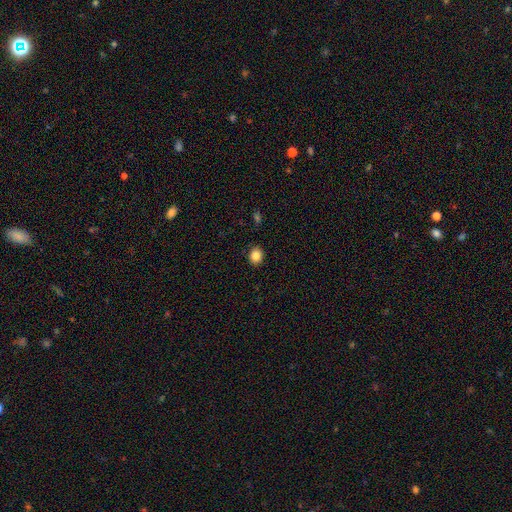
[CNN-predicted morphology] smooth_or_featured: smooth (p=0.85) [alt: star or artifact p=0.10]
how_rounded: round (p=0.69) [alt: in between p=0.30]
merging: none (p=0.90) [alt: minor disturbance p=0.07]